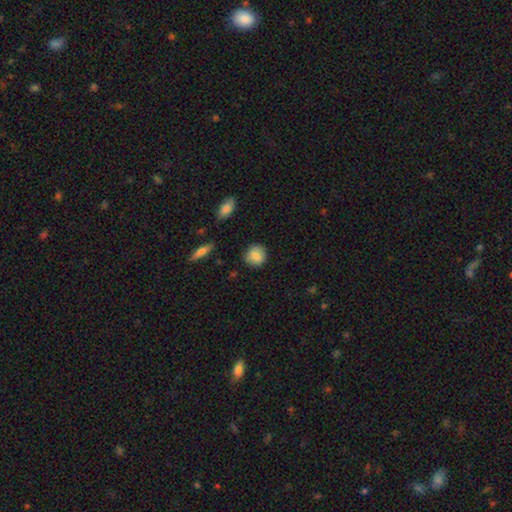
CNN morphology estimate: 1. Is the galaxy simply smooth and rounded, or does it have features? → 83% smooth, 9% featured or disk, 8% star or artifact.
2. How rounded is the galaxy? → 87% round, 12% in between, 1% cigar-shaped.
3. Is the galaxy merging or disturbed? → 85% none, 11% minor disturbance, 2% major disturbance, 2% merger.